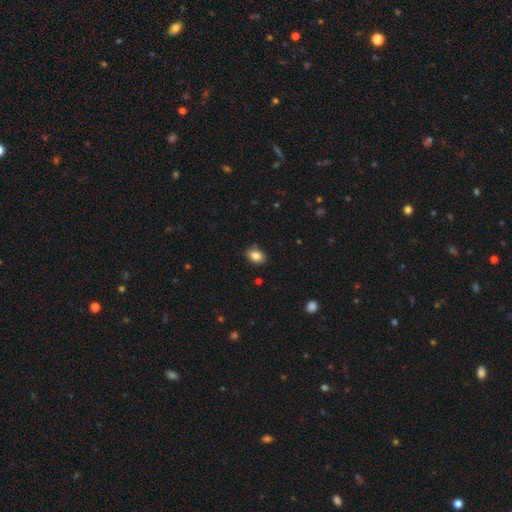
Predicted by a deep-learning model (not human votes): Smooth or featured? smooth (85%)
How rounded? in between (77%)
Merging? none (83%)